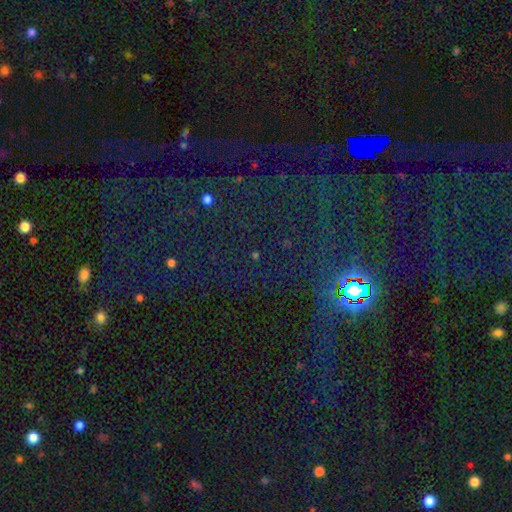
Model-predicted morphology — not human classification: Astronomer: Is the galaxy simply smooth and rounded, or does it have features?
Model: star or artifact — 81%.